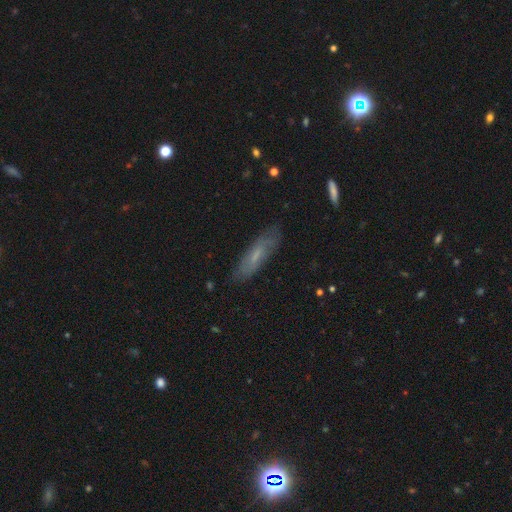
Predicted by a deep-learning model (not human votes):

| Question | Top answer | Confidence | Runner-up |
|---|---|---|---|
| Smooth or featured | smooth | 53% | featured or disk (39%) |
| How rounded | cigar-shaped | 66% | in between (32%) |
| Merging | none | 80% | minor disturbance (15%) |